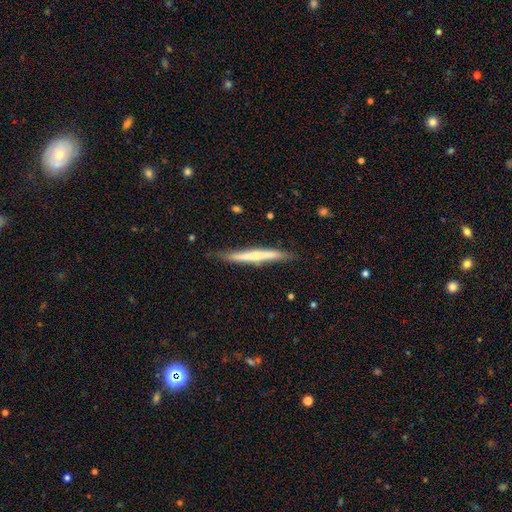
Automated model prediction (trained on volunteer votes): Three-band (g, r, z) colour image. It shows a featured or disk galaxy (50%) viewed edge-on (96%). Merging: none (82%).